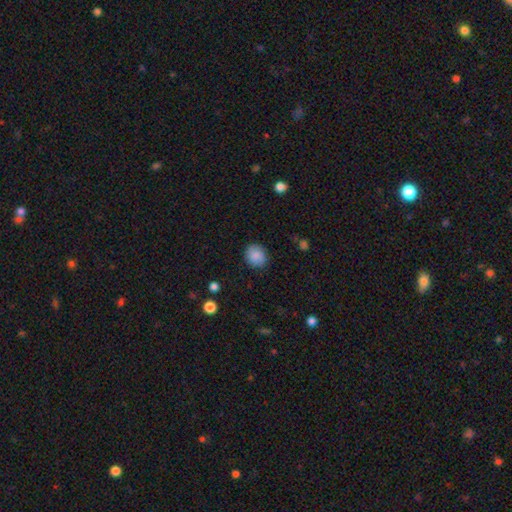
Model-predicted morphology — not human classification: Smooth or featured? Predicted: smooth (p=0.85). How rounded? Predicted: round (p=0.77). Merging? Predicted: none (p=0.86).